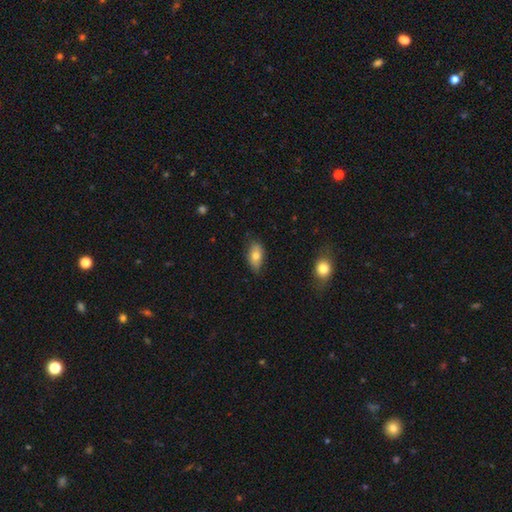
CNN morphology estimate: A smooth galaxy with no disk features (75%) that is in between round and cigar-shaped (91%). Merging: none (73%).